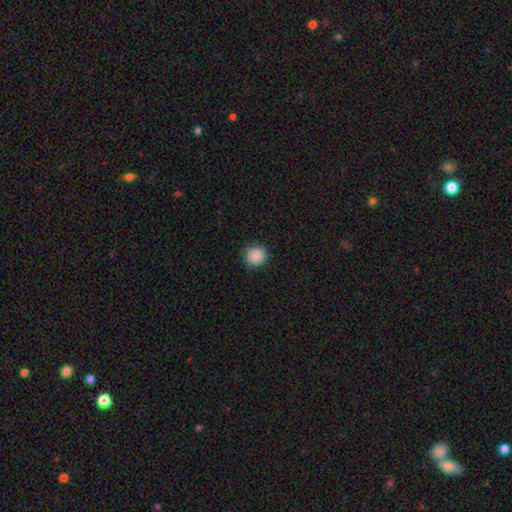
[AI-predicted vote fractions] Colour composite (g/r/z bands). It shows a smooth galaxy with no disk features (88%) that is round (94%). Merging: none (90%).